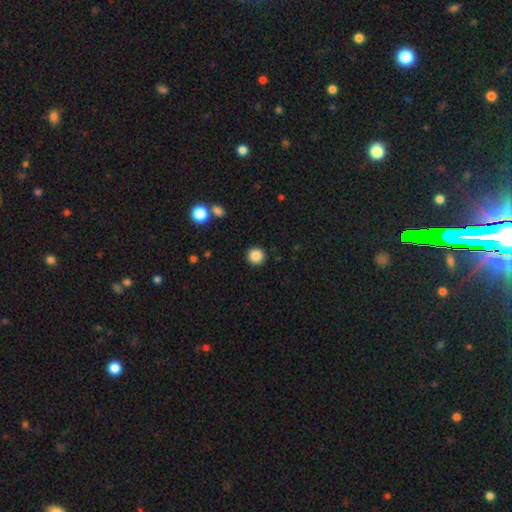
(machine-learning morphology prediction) Smooth or featured? smooth (87%)
How rounded? round (94%)
Merging? none (92%)